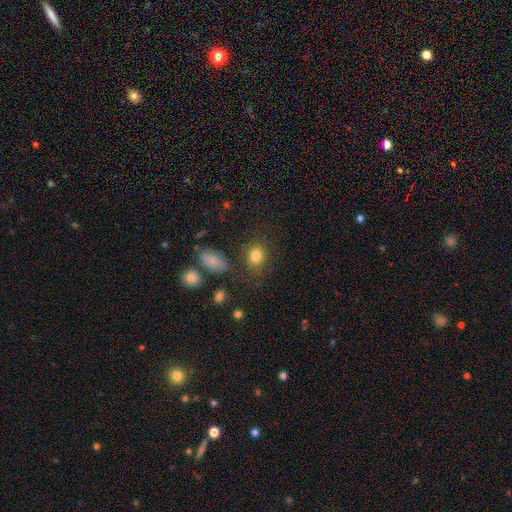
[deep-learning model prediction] This appears to be a smooth galaxy with no disk features (82%) that is round (60%). Merging: none (81%).